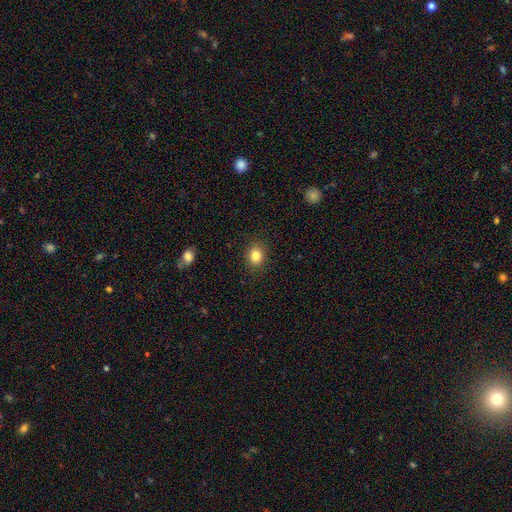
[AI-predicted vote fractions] Smooth or featured?
  - smooth: 83% *
  - star or artifact: 11%
  - featured or disk: 6%
How rounded?
  - round: 61% *
  - in between: 39%
  - cigar-shaped: 1%
Merging?
  - none: 89% *
  - minor disturbance: 8%
  - major disturbance: 2%
  - merger: 1%